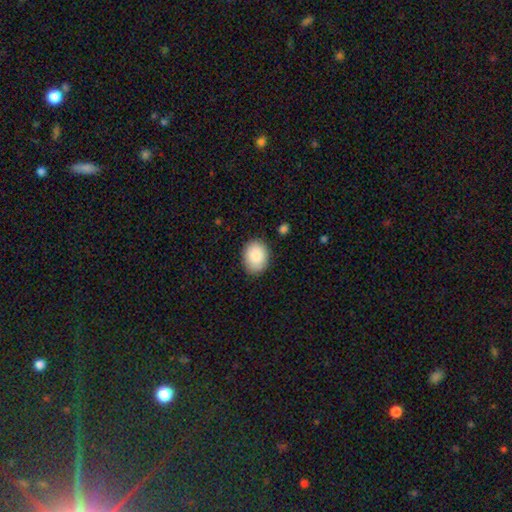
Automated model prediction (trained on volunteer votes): Q: Smooth or featured?
A: smooth (88%); runner-up: star or artifact (7%)
Q: How rounded?
A: in between (63%); runner-up: round (36%)
Q: Merging?
A: none (86%); runner-up: minor disturbance (10%)